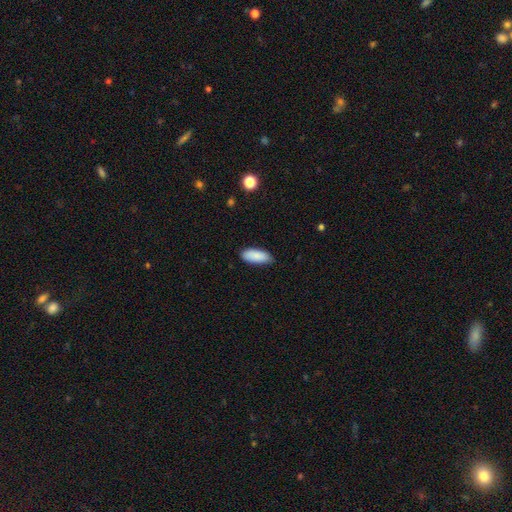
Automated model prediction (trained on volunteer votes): Smooth or featured?
  - smooth: 89% *
  - star or artifact: 6%
  - featured or disk: 5%
How rounded?
  - in between: 80% *
  - cigar-shaped: 18%
  - round: 2%
Merging?
  - none: 82% *
  - minor disturbance: 15%
  - major disturbance: 2%
  - merger: 1%